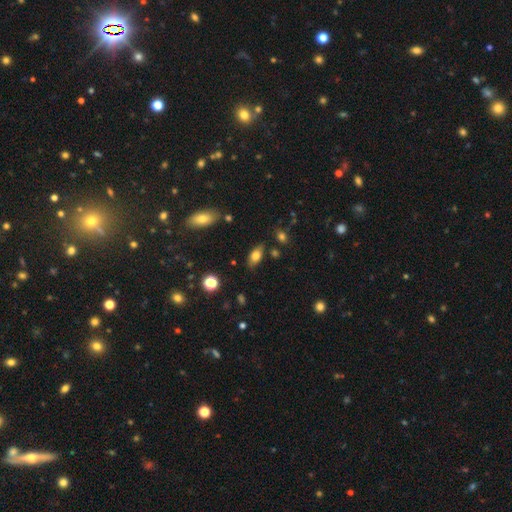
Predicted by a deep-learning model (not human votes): The model was most divided on "smooth or featured": smooth: 75%, featured or disk: 16%, star or artifact: 9%. More confident: how rounded — in between (86%); merging — none (79%).